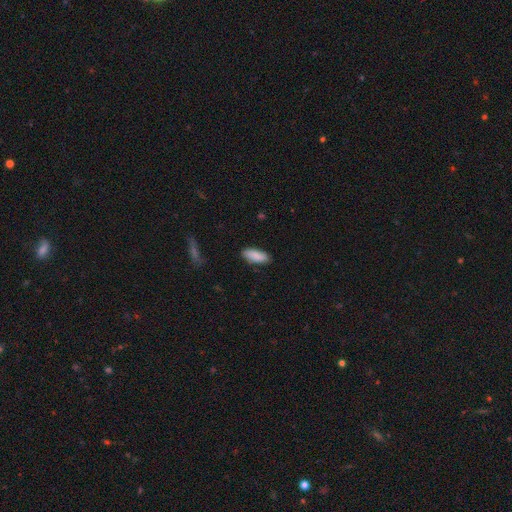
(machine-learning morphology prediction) Smooth or featured? Predicted: smooth (p=0.88). How rounded? Predicted: in between (p=0.76). Merging? Predicted: none (p=0.85).